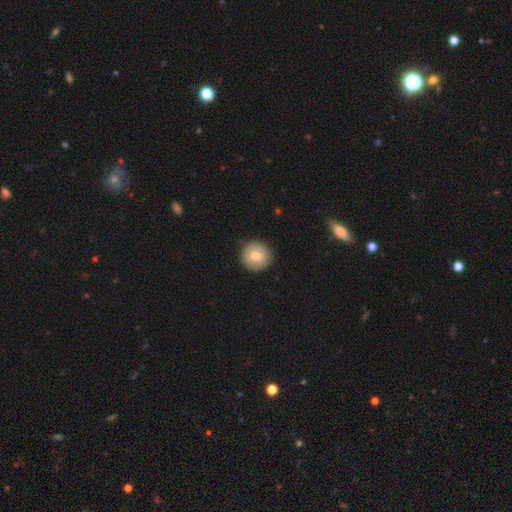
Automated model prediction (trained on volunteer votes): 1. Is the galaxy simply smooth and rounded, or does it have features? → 76% smooth, 17% featured or disk, 8% star or artifact.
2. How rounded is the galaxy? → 95% round, 4% in between, 1% cigar-shaped.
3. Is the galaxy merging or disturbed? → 91% none, 7% minor disturbance, 2% major disturbance, 1% merger.